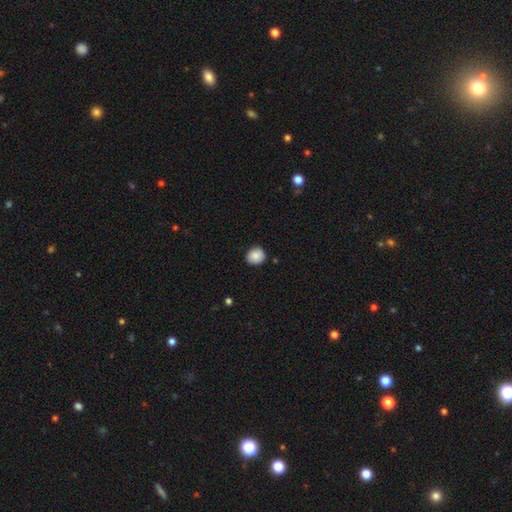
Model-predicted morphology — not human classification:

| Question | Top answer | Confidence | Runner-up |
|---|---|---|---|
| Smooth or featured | smooth | 87% | star or artifact (8%) |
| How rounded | round | 80% | in between (19%) |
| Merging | none | 85% | minor disturbance (11%) |